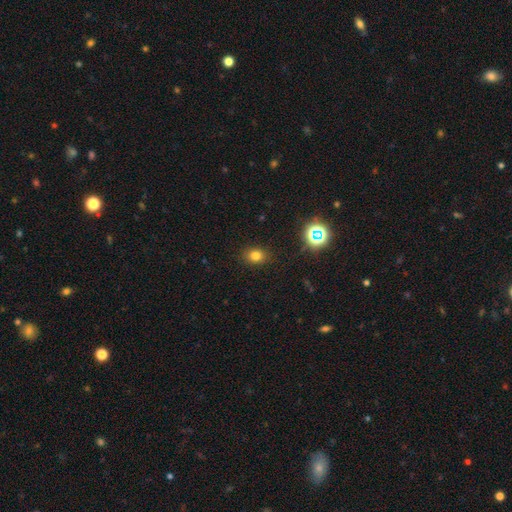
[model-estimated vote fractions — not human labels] smooth 76%, star or artifact 17%, featured or disk 7%. Down the decision tree: how rounded — round (56%); merging — none (87%).